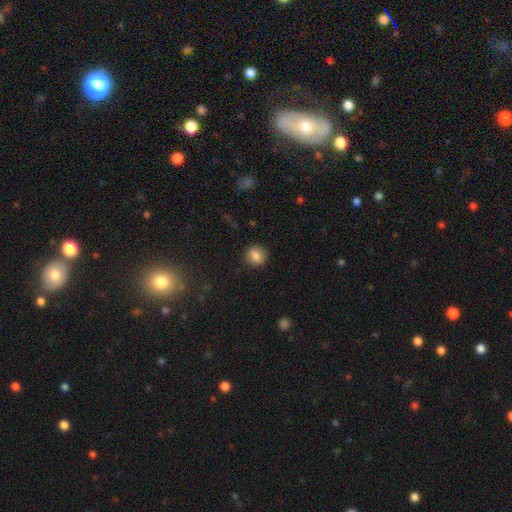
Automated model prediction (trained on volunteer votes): Smooth or featured: smooth — 84% (star or artifact — 10%)
How rounded: round — 84% (in between — 15%)
Merging: none — 86% (minor disturbance — 10%)